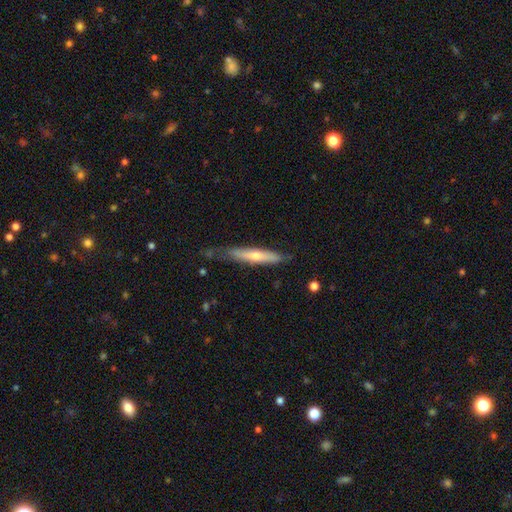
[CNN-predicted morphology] A featured or disk galaxy (53%) viewed edge-on (85%). Merging: none (69%).